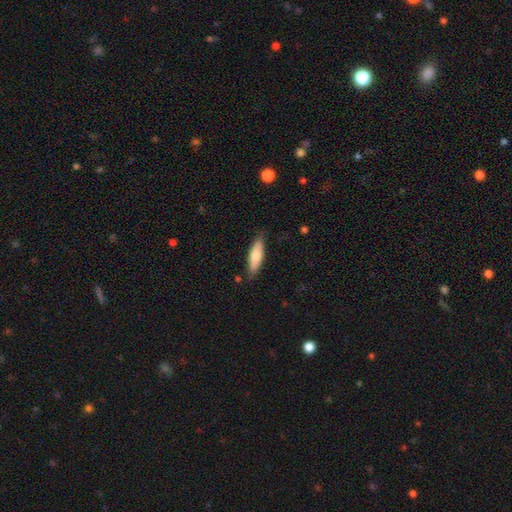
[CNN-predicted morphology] A smooth galaxy with no disk features (74%) that is cigar-shaped (55%). Merging: none (80%).